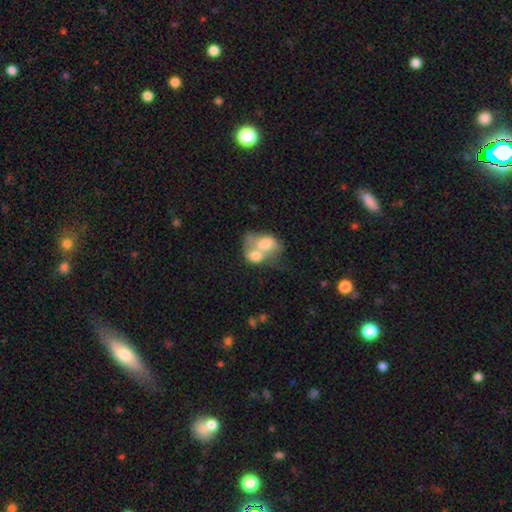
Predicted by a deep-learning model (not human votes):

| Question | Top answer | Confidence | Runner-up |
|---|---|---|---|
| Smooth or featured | smooth | 62% | featured or disk (30%) |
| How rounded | in between | 74% | round (24%) |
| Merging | merger | 76% | none (10%) |